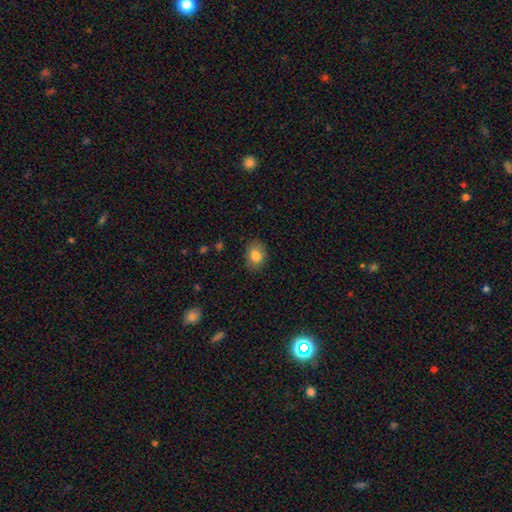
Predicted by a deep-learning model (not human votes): A smooth galaxy with no disk features (84%) that is in between round and cigar-shaped (63%).

Vote fractions:
- Smooth or featured? smooth: 84% / star or artifact: 8% / featured or disk: 8%
- How rounded? in between: 63% / round: 36% / cigar-shaped: 1%
- Merging? none: 83% / minor disturbance: 13% / major disturbance: 3% / merger: 1%